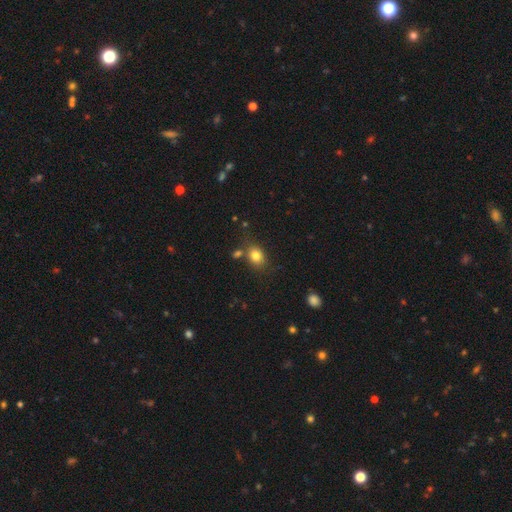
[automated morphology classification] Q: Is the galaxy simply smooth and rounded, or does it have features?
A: smooth — 81%.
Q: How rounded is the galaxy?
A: in between — 53%.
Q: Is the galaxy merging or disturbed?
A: none — 69%.